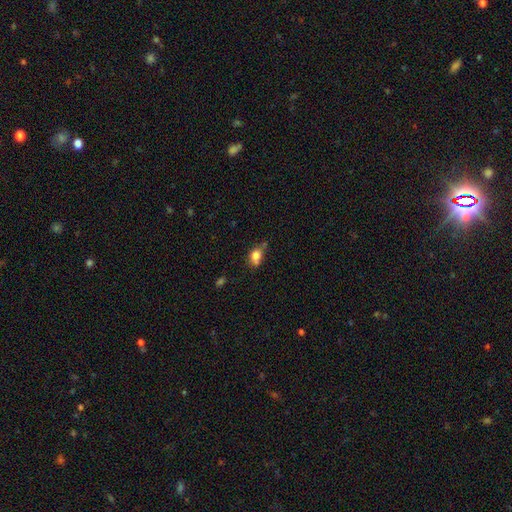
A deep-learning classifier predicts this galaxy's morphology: smooth-or-featured: smooth: 78% | featured or disk: 12% | star or artifact: 10%
  how-rounded: in between: 66% | round: 31% | cigar-shaped: 3%
  merging: none: 43% | minor disturbance: 32% | merger: 14% | major disturbance: 11%